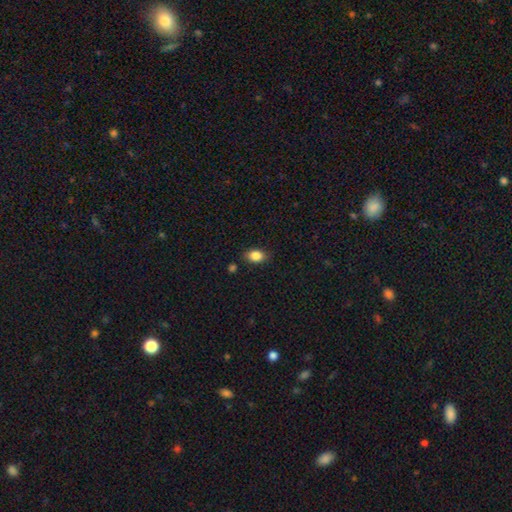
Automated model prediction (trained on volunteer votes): Smooth or featured: smooth — 85% (star or artifact — 9%)
How rounded: in between — 81% (round — 17%)
Merging: none — 82% (minor disturbance — 13%)